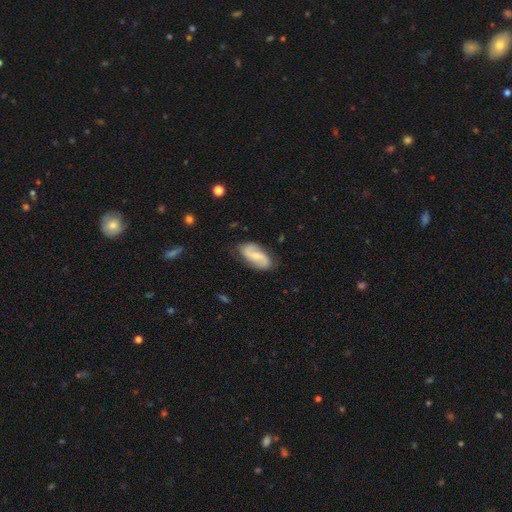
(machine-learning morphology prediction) featured or disk 75%, smooth 20%, star or artifact 5%. Down the decision tree: edge-on disk — no (96%); bar — weak (44%); spiral arms — yes (94%); spiral arm count — 2 (90%); spiral winding — loose (49%); bulge size — small (58%); merging — none (76%).